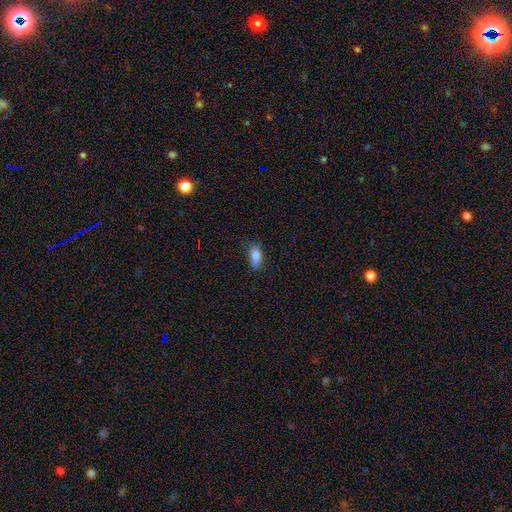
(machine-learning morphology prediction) This is clearly a smooth galaxy (82%). How rounded: clearly in between (84%). Merging: likely none (63%).